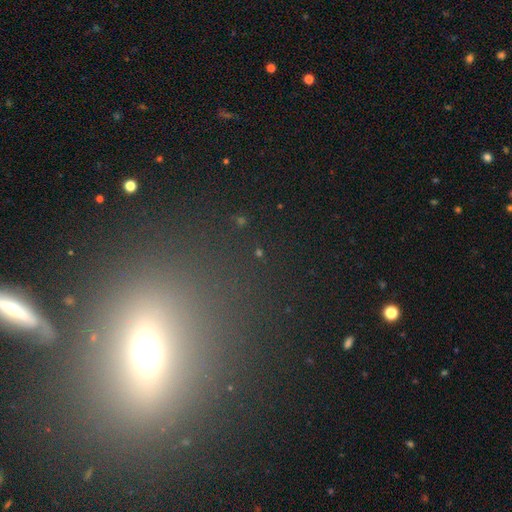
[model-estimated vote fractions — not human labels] Overall: star or artifact (40%; smooth 39%).